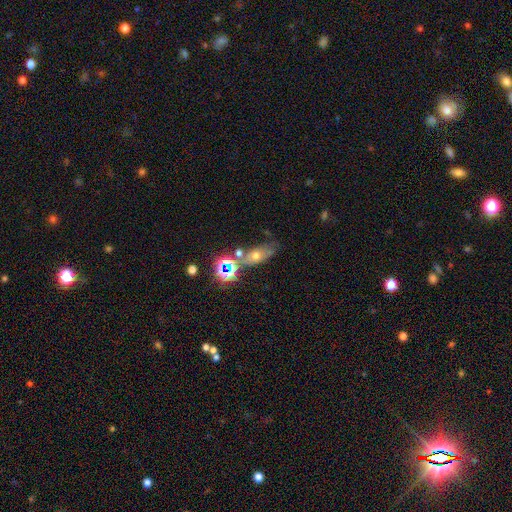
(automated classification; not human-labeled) Smooth or featured: smooth — 46% (star or artifact — 27%)
Merging: none — 52% (merger — 22%)